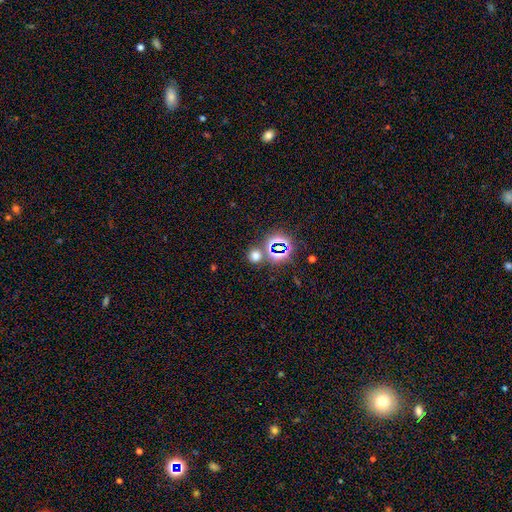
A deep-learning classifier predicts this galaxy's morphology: Overall: smooth (60%; star or artifact 34%). How rounded: round (87%). Merging: none (76%).